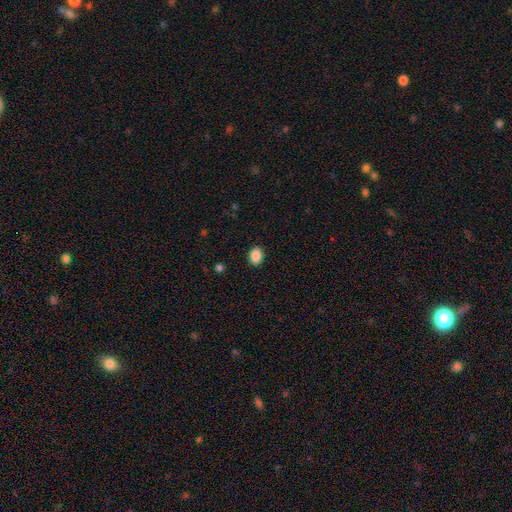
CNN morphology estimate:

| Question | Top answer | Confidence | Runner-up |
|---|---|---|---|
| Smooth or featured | smooth | 89% | star or artifact (8%) |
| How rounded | in between | 64% | round (35%) |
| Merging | none | 89% | minor disturbance (8%) |